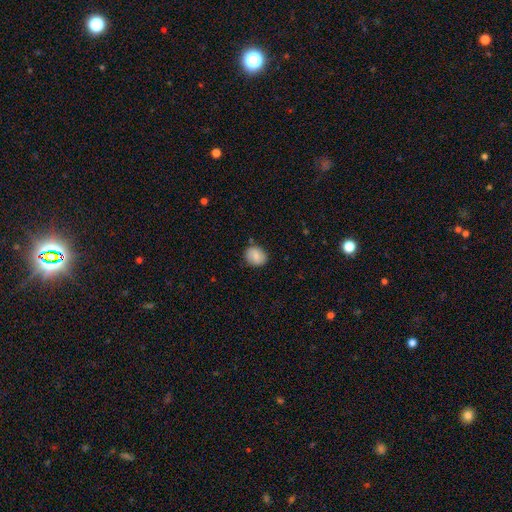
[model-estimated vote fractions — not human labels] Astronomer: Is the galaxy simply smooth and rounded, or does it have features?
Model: smooth — 79%.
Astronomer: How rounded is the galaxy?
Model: round — 63%.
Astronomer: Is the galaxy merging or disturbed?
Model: none — 82%.